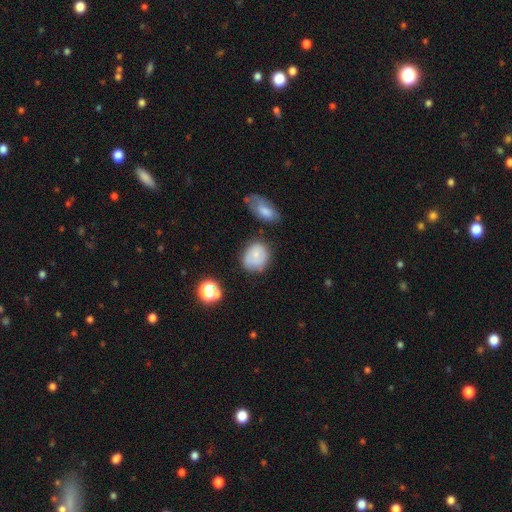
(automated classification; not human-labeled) A smooth galaxy with no disk features (69%) that is round (59%).

Vote fractions:
- Smooth or featured? smooth: 69% / featured or disk: 22% / star or artifact: 9%
- How rounded? round: 59% / in between: 40% / cigar-shaped: 1%
- Merging? none: 64% / minor disturbance: 22% / merger: 7% / major disturbance: 7%